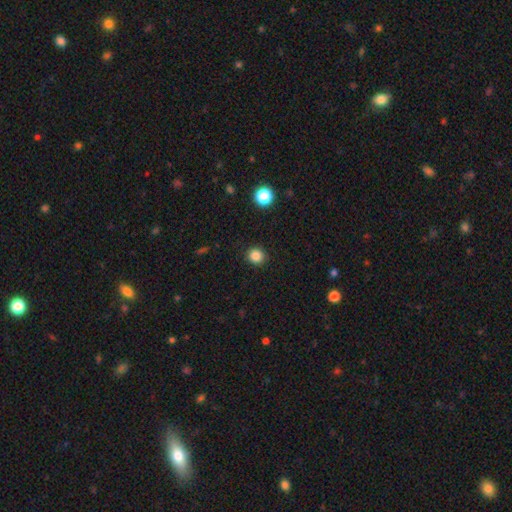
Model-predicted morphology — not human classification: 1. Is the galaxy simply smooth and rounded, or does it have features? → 85% smooth, 12% star or artifact, 3% featured or disk.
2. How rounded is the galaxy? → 92% round, 7% in between, 1% cigar-shaped.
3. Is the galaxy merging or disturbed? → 92% none, 5% minor disturbance, 2% major disturbance, 1% merger.